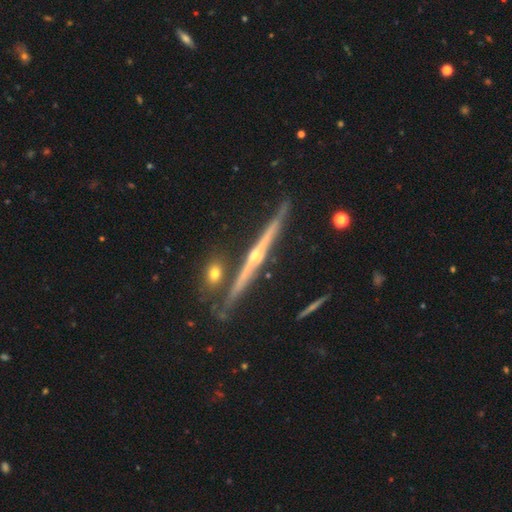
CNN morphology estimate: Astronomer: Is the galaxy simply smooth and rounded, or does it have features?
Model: featured or disk — 87%.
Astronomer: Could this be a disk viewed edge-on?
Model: yes — 98%.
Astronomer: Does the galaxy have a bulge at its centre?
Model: rounded — 81%.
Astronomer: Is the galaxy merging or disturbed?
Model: none — 84%.